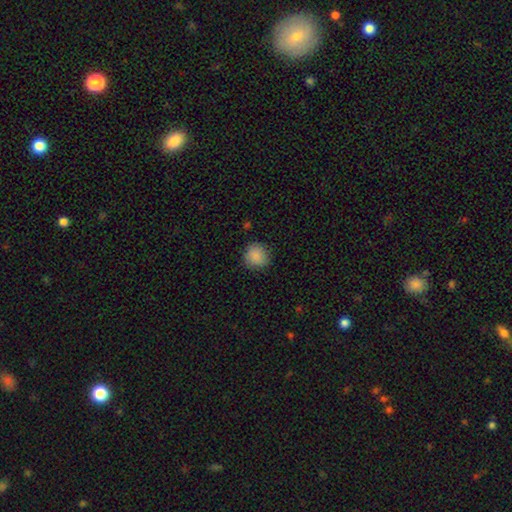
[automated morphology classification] Q: Smooth or featured?
A: smooth (88%); runner-up: star or artifact (9%)
Q: How rounded?
A: round (89%); runner-up: in between (10%)
Q: Merging?
A: none (85%); runner-up: minor disturbance (11%)